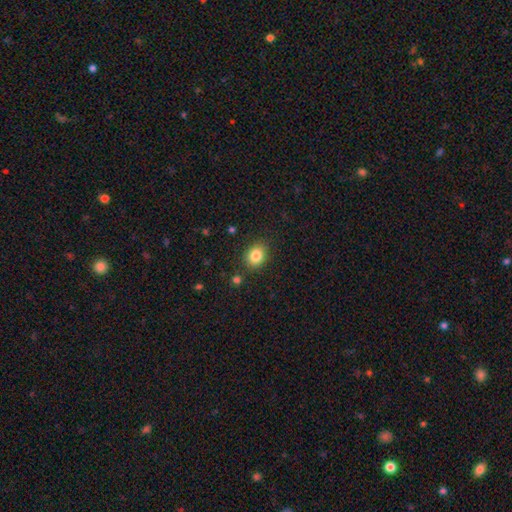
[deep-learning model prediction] The model was most divided on "how rounded": in between: 52%, round: 47%, cigar-shaped: 1%. More confident: merging — none (84%); smooth or featured — smooth (84%).